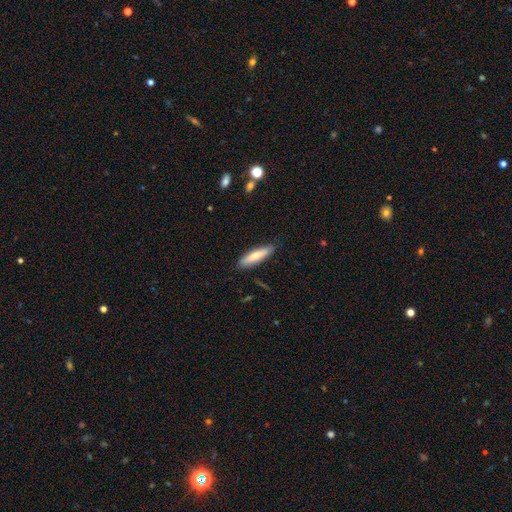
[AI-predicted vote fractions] Smooth or featured? Predicted: smooth (p=0.75). How rounded? Predicted: cigar-shaped (p=0.74). Merging? Predicted: none (p=0.86).